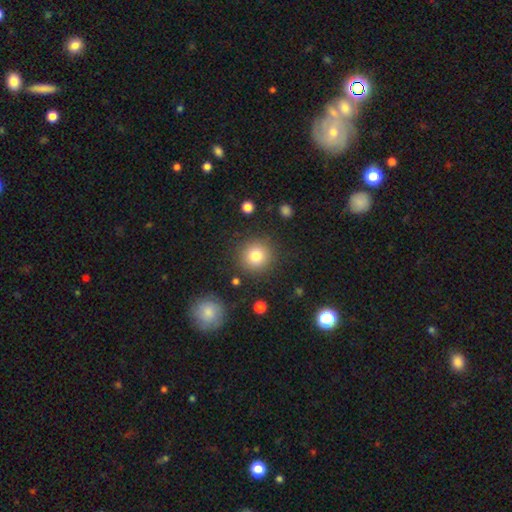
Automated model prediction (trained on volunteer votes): Morphology: type=smooth (81%); roundness=round (93%); merging=none (87%).